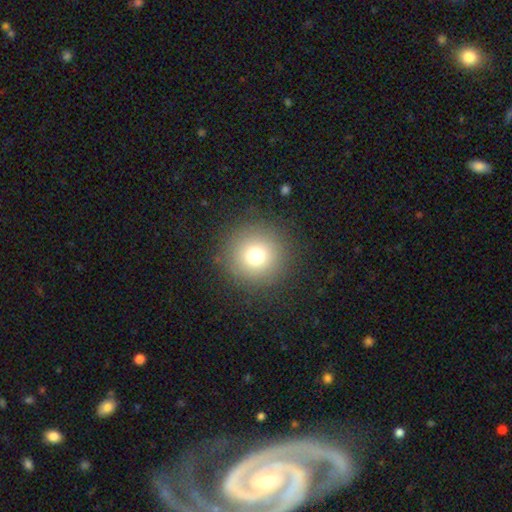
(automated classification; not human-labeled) The model was most divided on "smooth or featured": smooth: 74%, star or artifact: 16%, featured or disk: 10%. More confident: how rounded — round (96%); merging — none (89%).